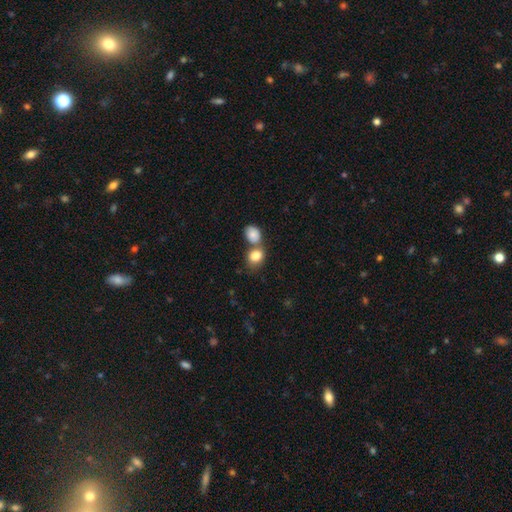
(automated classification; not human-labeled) Smooth or featured? smooth (84%)
How rounded? round (50%)
Merging? merger (47%)